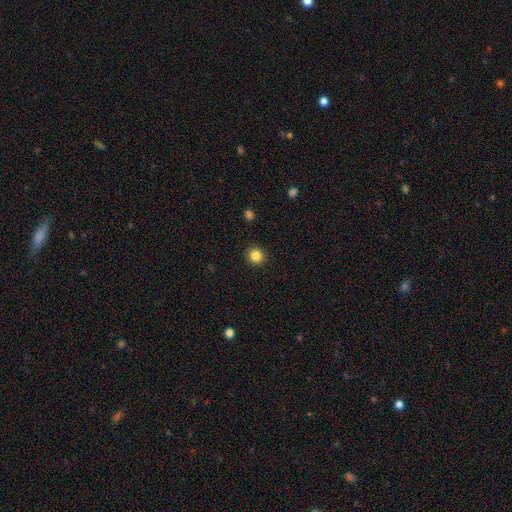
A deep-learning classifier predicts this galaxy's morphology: smooth_or_featured: smooth (p=0.84) [alt: star or artifact p=0.11]
how_rounded: round (p=0.92) [alt: in between p=0.07]
merging: none (p=0.92) [alt: minor disturbance p=0.05]